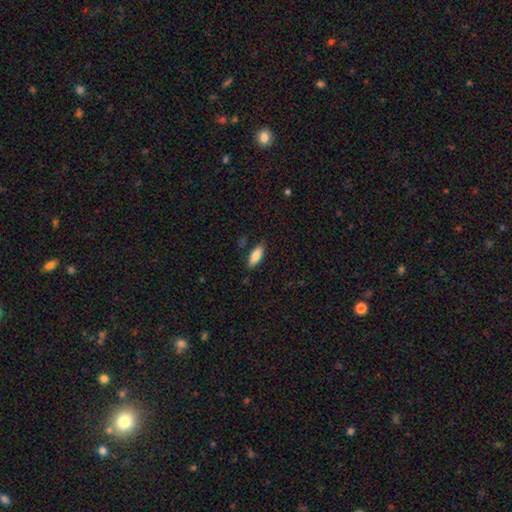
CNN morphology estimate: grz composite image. It shows a smooth galaxy with no disk features (84%) that is in between round and cigar-shaped (73%). Merging: none (83%).